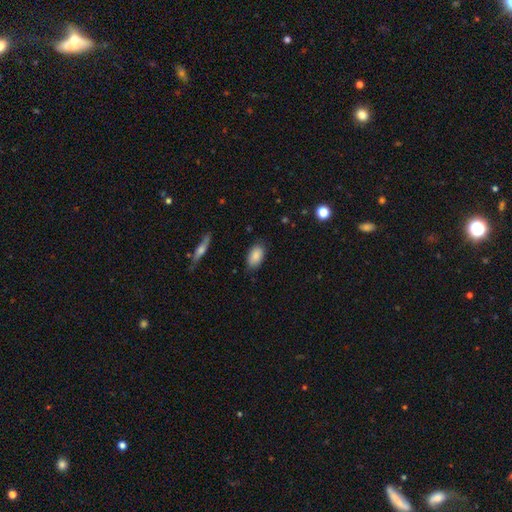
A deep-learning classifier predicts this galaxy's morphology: Smooth or featured: smooth — 86% (featured or disk — 7%)
How rounded: in between — 92% (round — 5%)
Merging: none — 83% (minor disturbance — 13%)